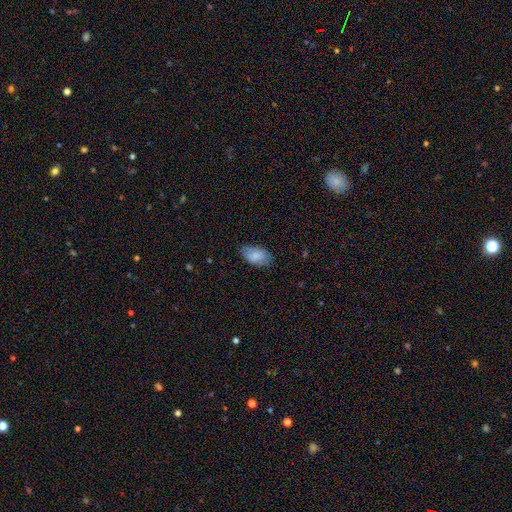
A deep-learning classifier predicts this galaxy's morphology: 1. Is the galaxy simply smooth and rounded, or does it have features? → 84% smooth, 10% featured or disk, 7% star or artifact.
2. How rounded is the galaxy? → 93% in between, 5% round, 2% cigar-shaped.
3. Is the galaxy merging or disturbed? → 74% none, 21% minor disturbance, 4% major disturbance, 1% merger.